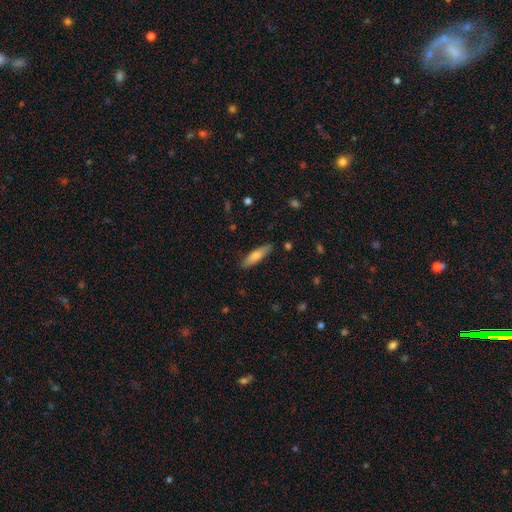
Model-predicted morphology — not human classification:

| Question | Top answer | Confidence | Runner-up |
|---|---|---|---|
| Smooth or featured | smooth | 68% | featured or disk (26%) |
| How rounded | cigar-shaped | 69% | in between (29%) |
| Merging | none | 87% | minor disturbance (10%) |